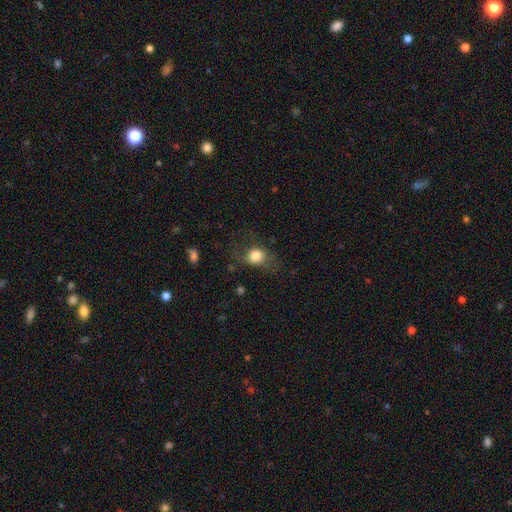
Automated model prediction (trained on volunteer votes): Morphology: type=smooth (81%); roundness=round (57%); merging=none (58%).